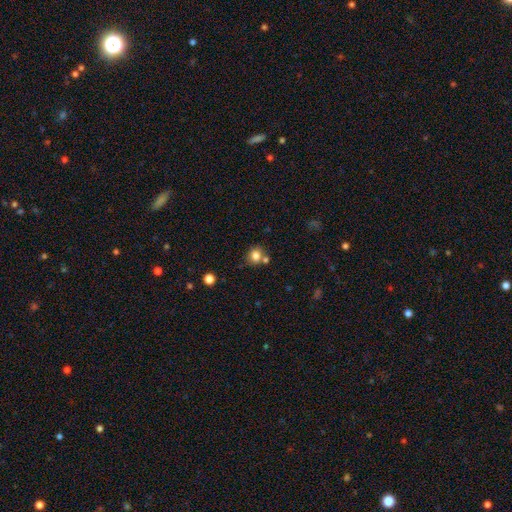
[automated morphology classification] Q: Smooth or featured?
A: smooth (81%); runner-up: star or artifact (12%)
Q: How rounded?
A: round (79%); runner-up: in between (20%)
Q: Merging?
A: none (65%); runner-up: merger (19%)